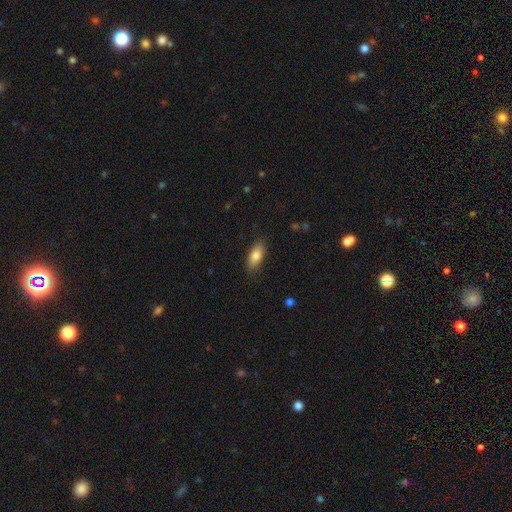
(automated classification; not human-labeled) smooth_or_featured: smooth (p=0.81) [alt: featured or disk p=0.12]
how_rounded: in between (p=0.84) [alt: cigar-shaped p=0.13]
merging: none (p=0.85) [alt: minor disturbance p=0.11]